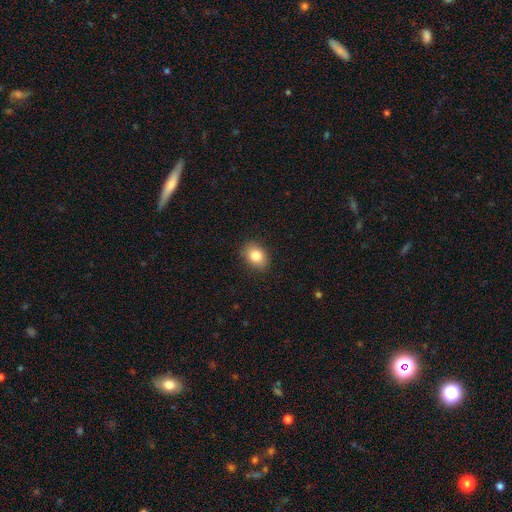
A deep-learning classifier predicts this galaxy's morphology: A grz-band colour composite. It shows a smooth galaxy with no disk features (84%) that is in between round and cigar-shaped (72%). Merging: none (88%).